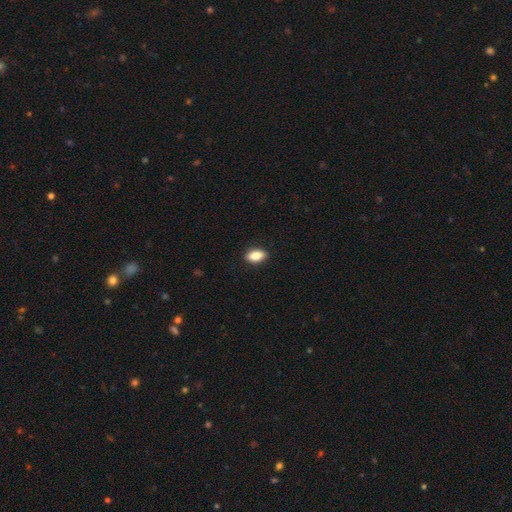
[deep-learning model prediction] smooth-or-featured: smooth: 87% | star or artifact: 7% | featured or disk: 6%
  how-rounded: in between: 89% | round: 6% | cigar-shaped: 5%
  merging: none: 89% | minor disturbance: 9% | major disturbance: 2% | merger: 1%